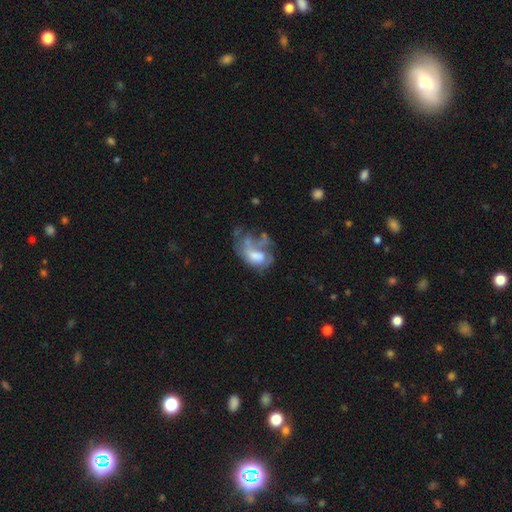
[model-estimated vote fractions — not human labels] Smooth or featured: featured or disk — 52% (smooth — 38%)
Edge-on disk: no — 97% (yes — 3%)
Merging: major disturbance — 45% (none — 21%)